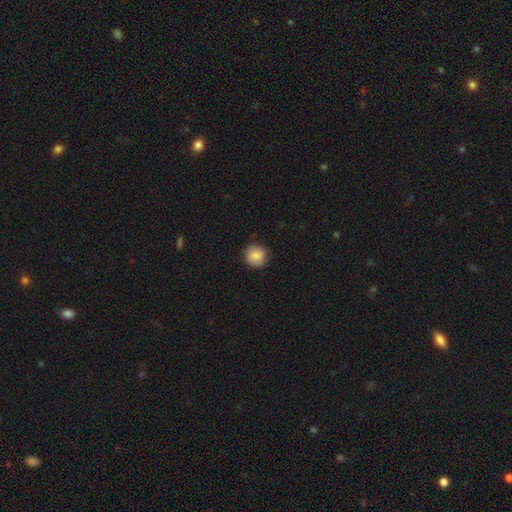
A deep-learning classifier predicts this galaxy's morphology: smooth-or-featured: smooth: 84% | featured or disk: 8% | star or artifact: 8%
  how-rounded: round: 92% | in between: 7% | cigar-shaped: 1%
  merging: none: 88% | minor disturbance: 9% | major disturbance: 2% | merger: 1%